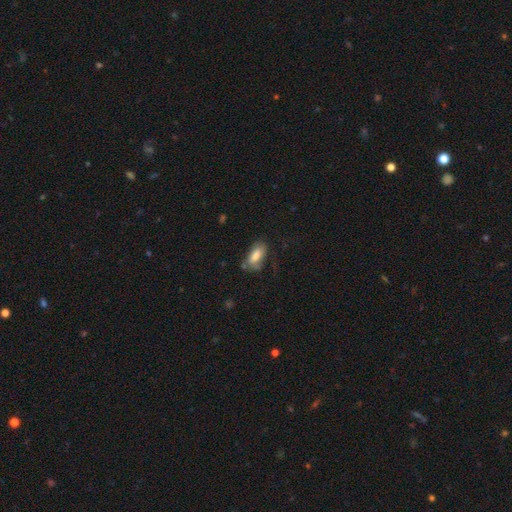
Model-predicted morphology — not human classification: smooth_or_featured: smooth (p=0.76) [alt: featured or disk p=0.16]
how_rounded: in between (p=0.87) [alt: cigar-shaped p=0.10]
merging: none (p=0.53) [alt: minor disturbance p=0.29]